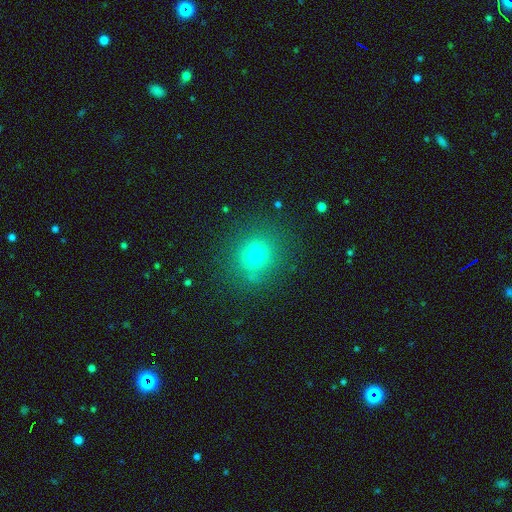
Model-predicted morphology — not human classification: This is likely a smooth galaxy (70%). How rounded: clearly round (84%). Merging: clearly none (84%).